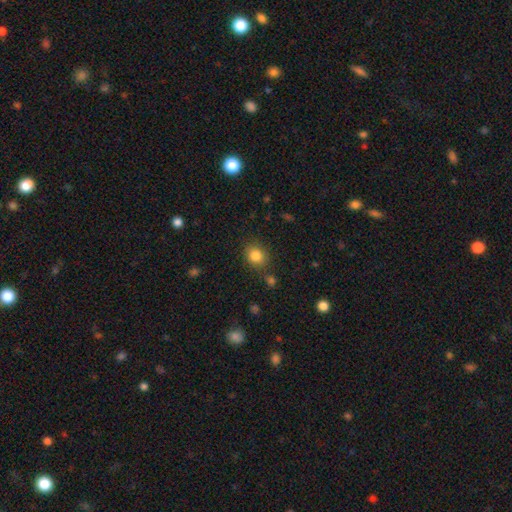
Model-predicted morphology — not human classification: Smooth or featured: smooth — 84% (star or artifact — 11%)
How rounded: round — 68% (in between — 32%)
Merging: none — 79% (minor disturbance — 12%)